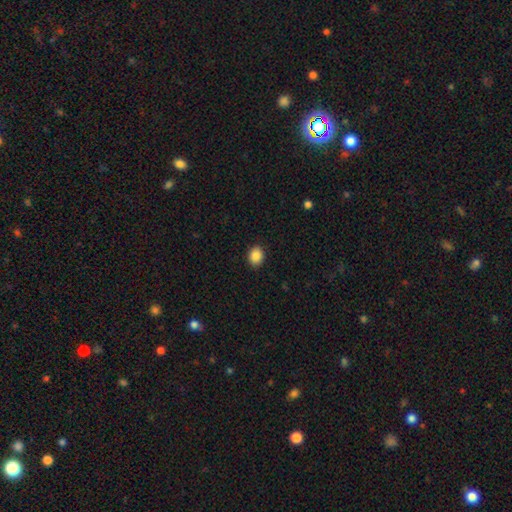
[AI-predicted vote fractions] smooth-or-featured: smooth: 88% | star or artifact: 9% | featured or disk: 3%
  how-rounded: round: 52% | in between: 48% | cigar-shaped: 1%
  merging: none: 90% | minor disturbance: 7% | major disturbance: 2% | merger: 1%